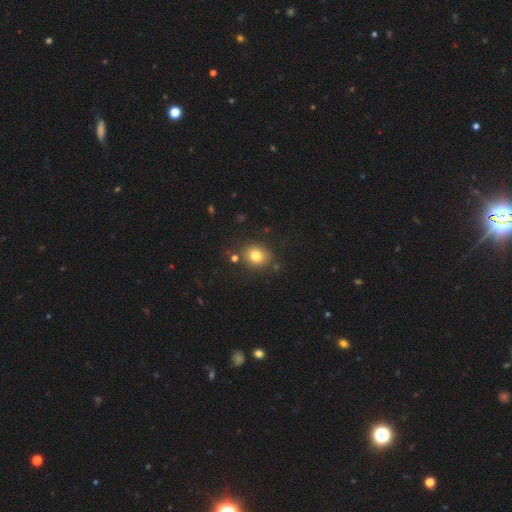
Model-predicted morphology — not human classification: smooth-or-featured: smooth: 79% | star or artifact: 12% | featured or disk: 9%
  how-rounded: round: 65% | in between: 34% | cigar-shaped: 1%
  merging: none: 81% | minor disturbance: 10% | merger: 5% | major disturbance: 3%